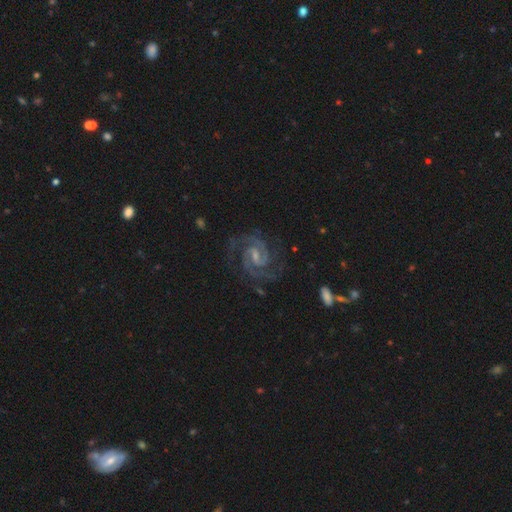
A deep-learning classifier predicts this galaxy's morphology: smooth_or_featured: featured or disk (p=0.93) [alt: star or artifact p=0.04]
disk_edge_on: no (p=0.98) [alt: yes p=0.02]
bar: weak (p=0.58) [alt: strong p=0.24]
has_spiral_arms: yes (p=0.99) [alt: no p=0.01]
spiral_winding: medium (p=0.47) [tied with: tight p=0.47]
spiral_arm_count: 2 (p=0.86) [alt: 3 p=0.07]
bulge_size: small (p=0.55) [alt: moderate p=0.30]
merging: none (p=0.79) [alt: minor disturbance p=0.14]